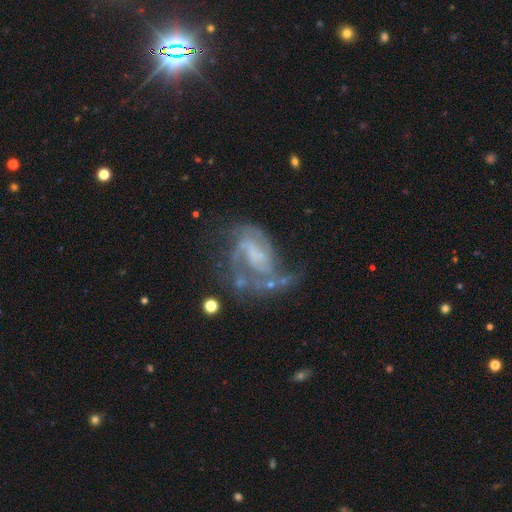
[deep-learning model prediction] The model was most divided on "bar": weak: 45%, no: 34%, strong: 21%. Remaining: edge-on disk — no (97%); spiral arms — yes (90%); smooth or featured — featured or disk (82%); spiral arm count — 2 (60%); bulge size — none (49%); spiral winding — medium (47%); merging — none (43%).